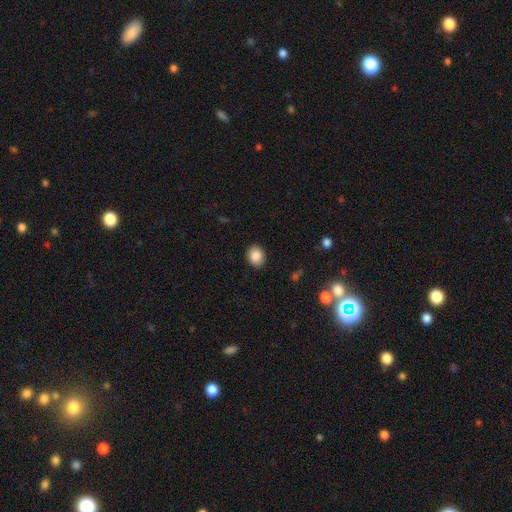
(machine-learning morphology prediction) This appears to be a smooth galaxy with no disk features (87%) that is round (53%). Merging: none (90%).